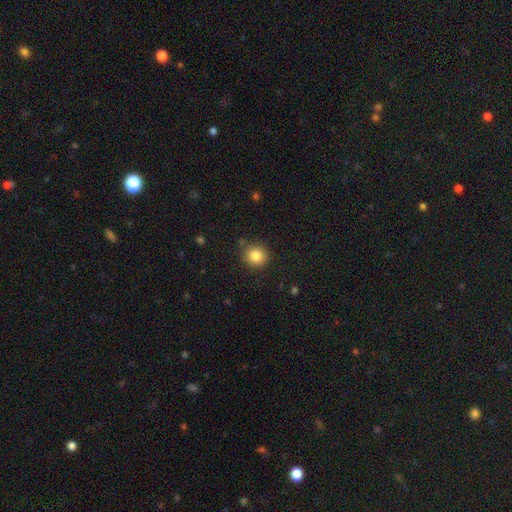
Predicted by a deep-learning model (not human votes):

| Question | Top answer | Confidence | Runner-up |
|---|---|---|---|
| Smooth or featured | smooth | 84% | star or artifact (10%) |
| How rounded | round | 88% | in between (11%) |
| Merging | none | 86% | minor disturbance (9%) |